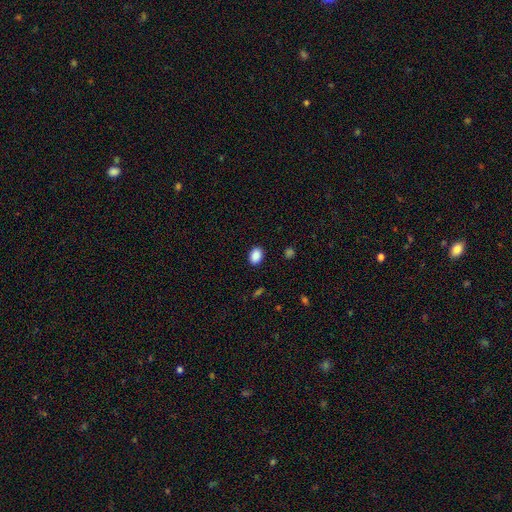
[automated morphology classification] type=smooth (89%); roundness=in between (77%); merging=none (89%).